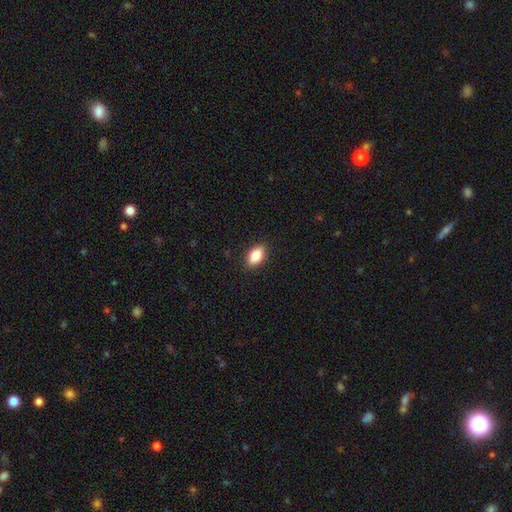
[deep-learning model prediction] A smooth galaxy with no disk features (81%) that is in between round and cigar-shaped (87%).

Vote fractions:
- Smooth or featured? smooth: 81% / featured or disk: 12% / star or artifact: 8%
- How rounded? in between: 87% / round: 7% / cigar-shaped: 5%
- Merging? none: 88% / minor disturbance: 9% / major disturbance: 2% / merger: 1%